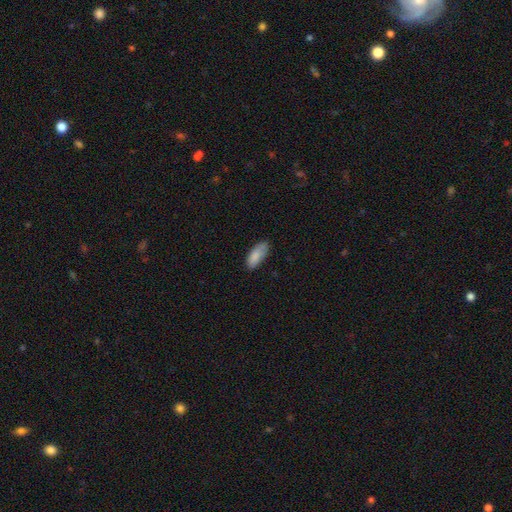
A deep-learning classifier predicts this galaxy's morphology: Smooth or featured? smooth (85%)
How rounded? in between (83%)
Merging? none (69%)